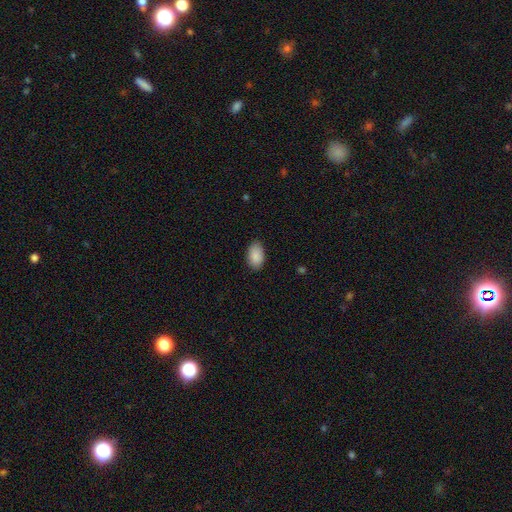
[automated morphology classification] Overall: smooth (90%). How rounded: in between (92%). Merging: none (86%).